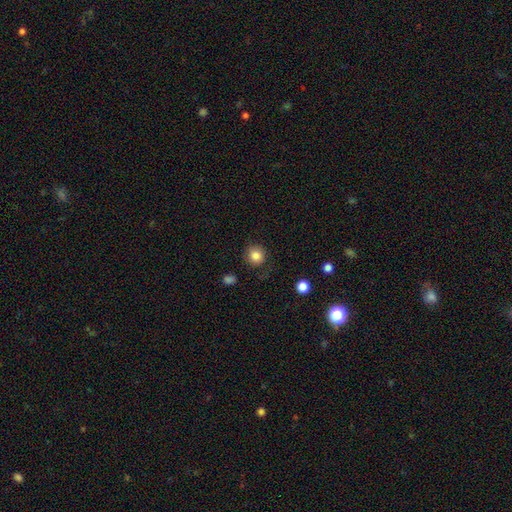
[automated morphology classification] This appears to be a smooth galaxy with no disk features (84%) that is round (90%). Merging: none (82%).